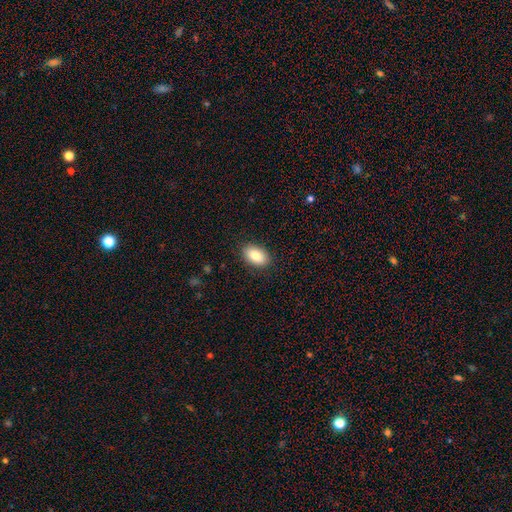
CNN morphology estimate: Q: Smooth or featured?
A: smooth (85%); runner-up: featured or disk (8%)
Q: How rounded?
A: in between (92%); runner-up: round (7%)
Q: Merging?
A: none (88%); runner-up: minor disturbance (8%)